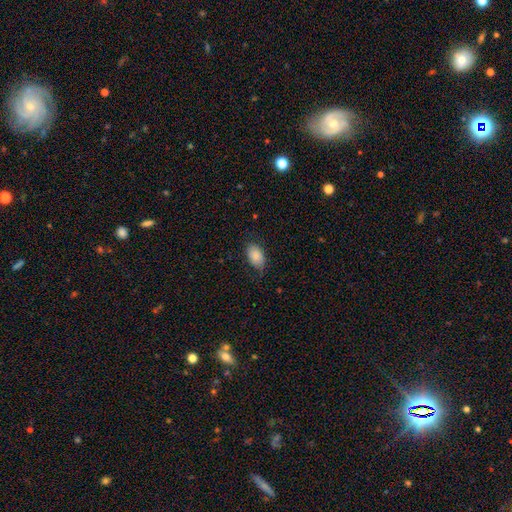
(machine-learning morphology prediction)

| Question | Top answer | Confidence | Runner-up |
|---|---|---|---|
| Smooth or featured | smooth | 87% | star or artifact (6%) |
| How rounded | in between | 90% | round (9%) |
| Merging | none | 71% | minor disturbance (22%) |